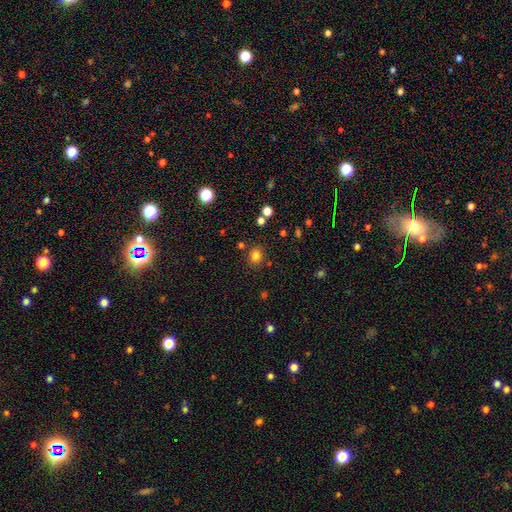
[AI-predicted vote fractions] Overall: smooth (80%). How rounded: round (77%). Merging: none (83%).